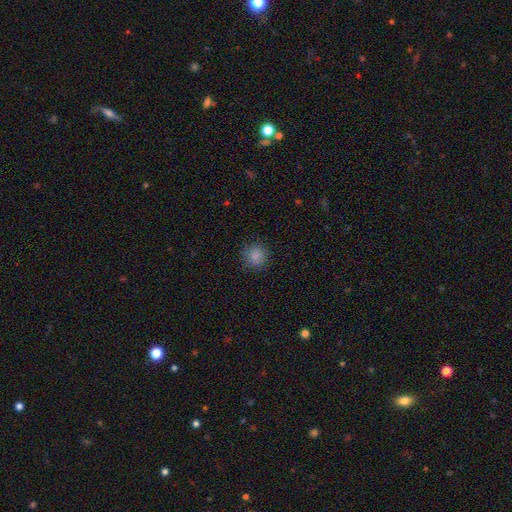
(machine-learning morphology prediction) Overall: smooth (86%). How rounded: round (92%). Merging: none (89%).